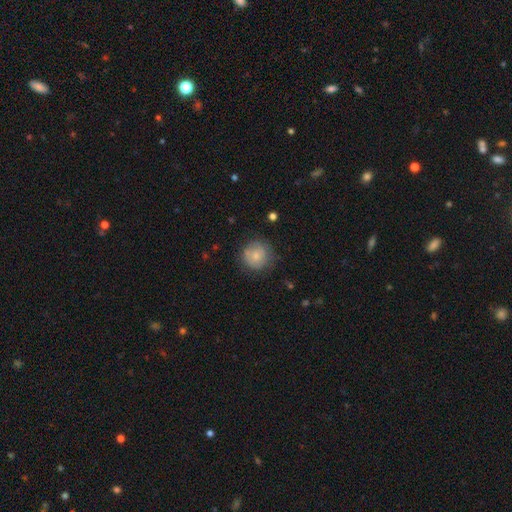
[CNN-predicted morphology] smooth 70%, featured or disk 22%, star or artifact 8%. Down the decision tree: how rounded — round (93%); merging — none (74%).